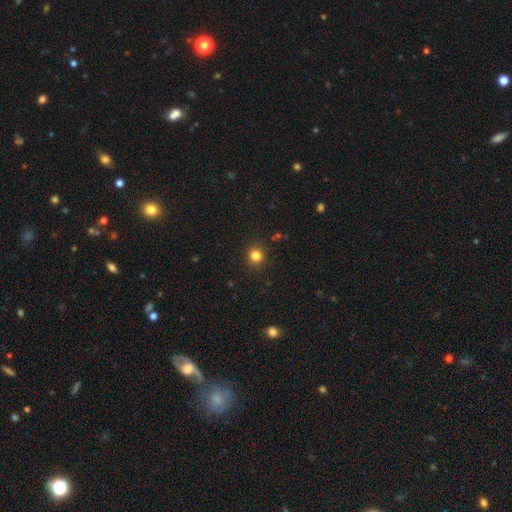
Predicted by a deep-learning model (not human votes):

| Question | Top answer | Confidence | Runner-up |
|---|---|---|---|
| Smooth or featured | smooth | 82% | star or artifact (13%) |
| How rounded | round | 90% | in between (9%) |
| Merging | none | 90% | minor disturbance (6%) |